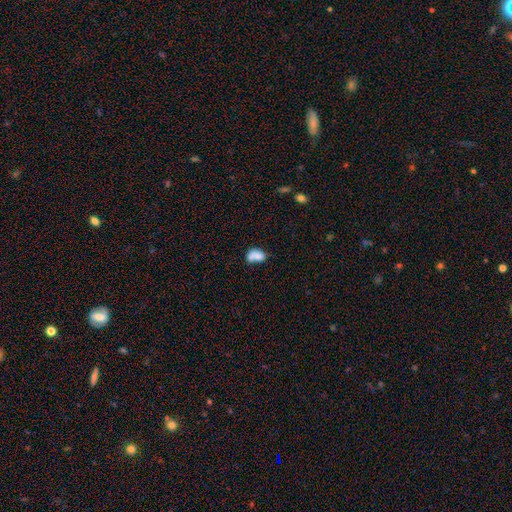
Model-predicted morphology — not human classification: This is likely a smooth galaxy (74%). How rounded: clearly in between (82%). Merging: marginally merger (38%).